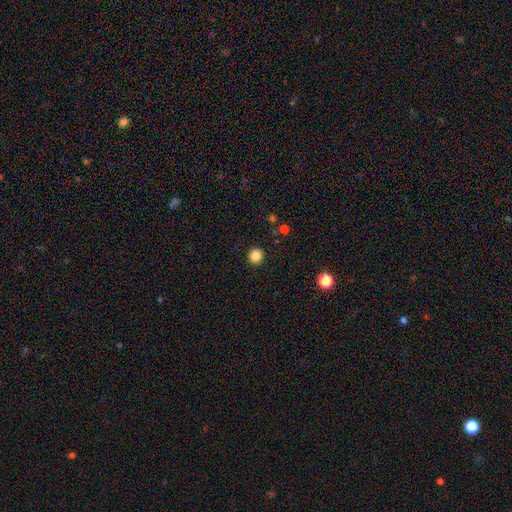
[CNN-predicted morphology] Smooth or featured? Predicted: smooth (p=0.85). How rounded? Predicted: round (p=0.95). Merging? Predicted: none (p=0.93).